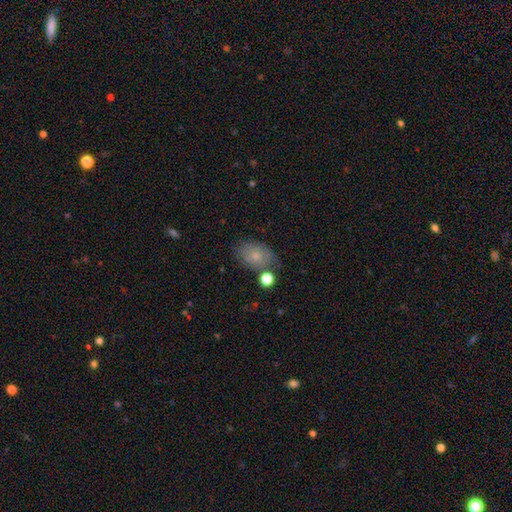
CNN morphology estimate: Overall: smooth (71%). How rounded: in between (80%). Merging: none (67%).